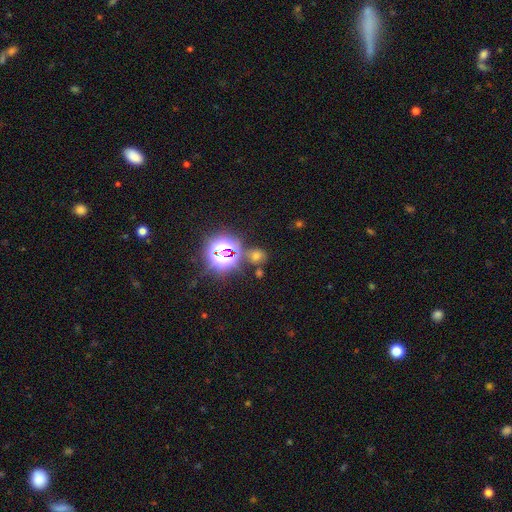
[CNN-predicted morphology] The model was most divided on "smooth or featured" (2-way tie): smooth: 46%, star or artifact: 46%, featured or disk: 8%. More confident: merging — none (71%).